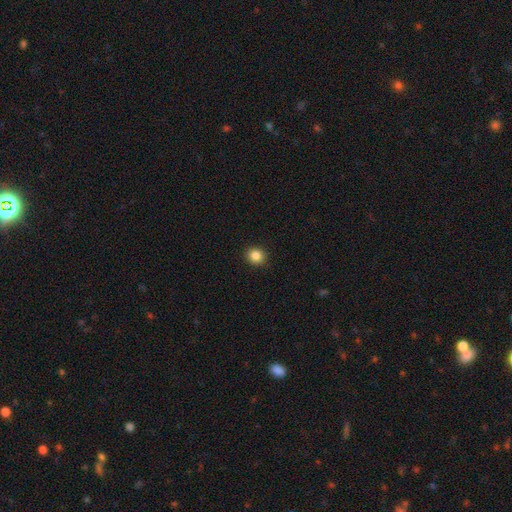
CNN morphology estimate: The model was most divided on "how rounded": round: 81%, in between: 18%, cigar-shaped: 1%. More confident: merging — none (92%); smooth or featured — smooth (86%).